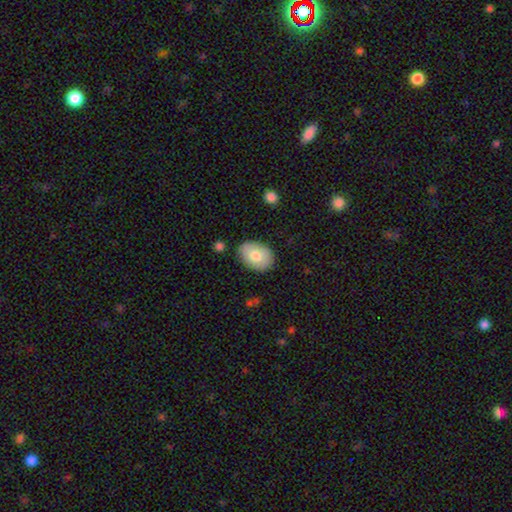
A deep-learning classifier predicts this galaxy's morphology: Q: Smooth or featured?
A: smooth (72%); runner-up: featured or disk (22%)
Q: How rounded?
A: in between (83%); runner-up: round (16%)
Q: Merging?
A: none (83%); runner-up: minor disturbance (13%)